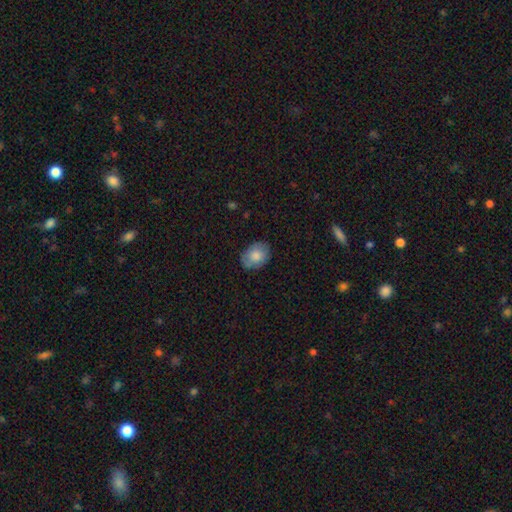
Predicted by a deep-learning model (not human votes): This appears to be a smooth galaxy with no disk features (80%) that is in between round and cigar-shaped (73%). Merging: none (79%).